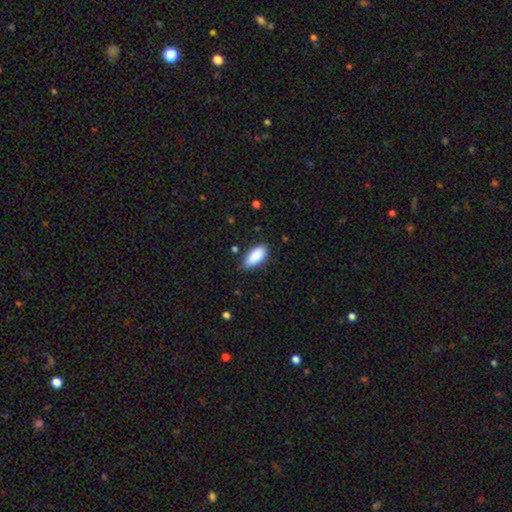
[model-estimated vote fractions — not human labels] Smooth or featured? Predicted: smooth (p=0.88). How rounded? Predicted: in between (p=0.89). Merging? Predicted: none (p=0.77).